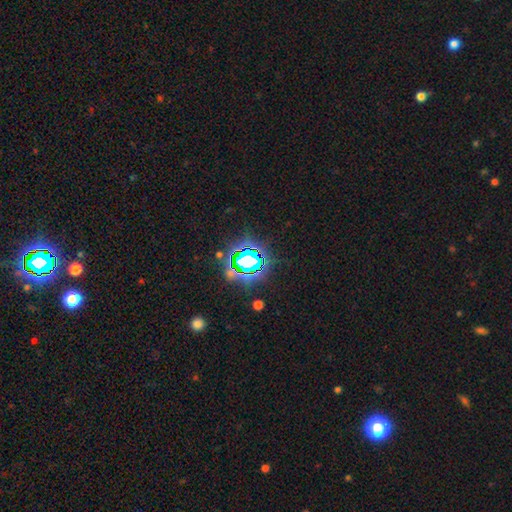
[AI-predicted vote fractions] A star or artifact, not a galaxy (74%).

Vote fractions:
- Smooth or featured? star or artifact: 74% / smooth: 16% / featured or disk: 10%